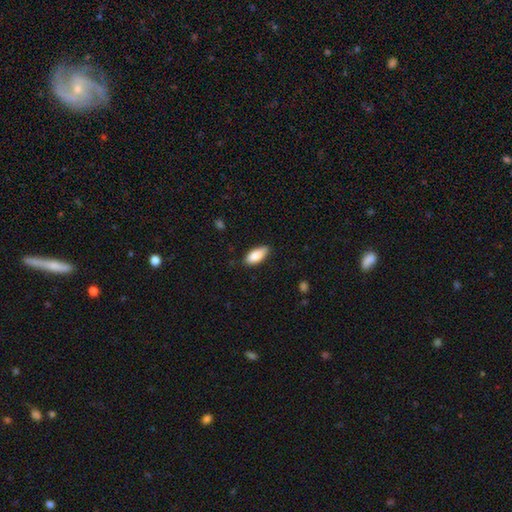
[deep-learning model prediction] smooth_or_featured: smooth (p=0.86) [alt: featured or disk p=0.08]
how_rounded: in between (p=0.87) [alt: cigar-shaped p=0.11]
merging: none (p=0.78) [alt: minor disturbance p=0.18]